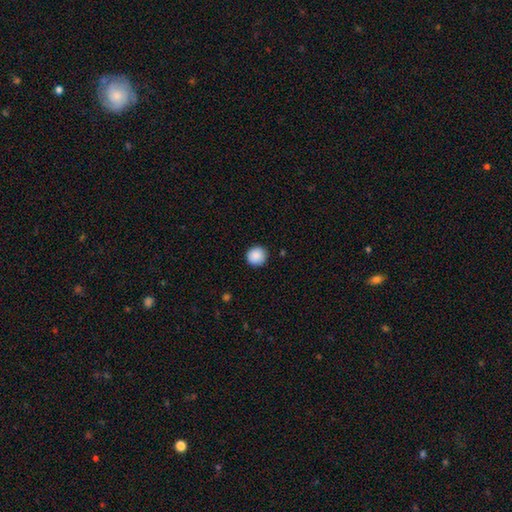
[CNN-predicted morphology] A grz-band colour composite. It shows a smooth galaxy with no disk features (89%) that is round (94%). Merging: none (90%).